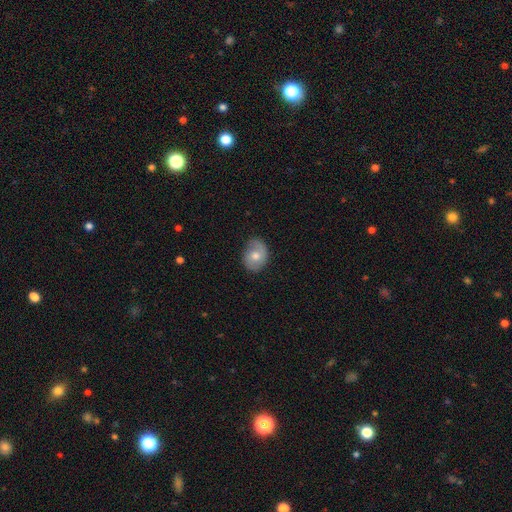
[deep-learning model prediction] Q: Smooth or featured?
A: smooth (49%); runner-up: featured or disk (43%)
Q: Merging?
A: none (71%); runner-up: minor disturbance (22%)